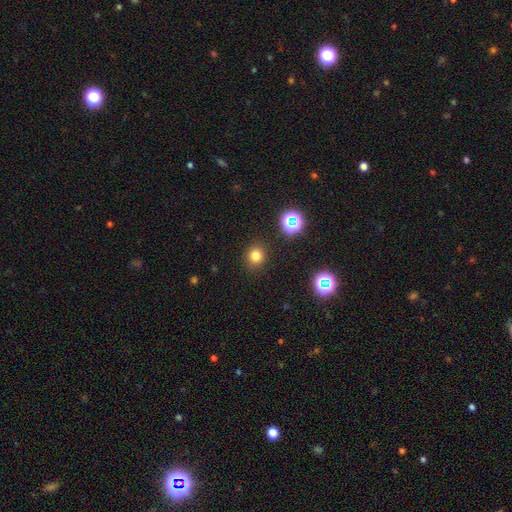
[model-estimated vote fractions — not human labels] smooth-or-featured: smooth: 77% | star or artifact: 17% | featured or disk: 5%
  how-rounded: round: 86% | in between: 14% | cigar-shaped: 1%
  merging: none: 90% | minor disturbance: 6% | major disturbance: 2% | merger: 1%